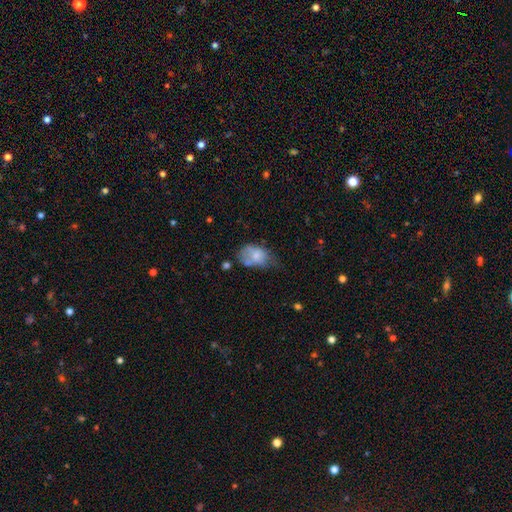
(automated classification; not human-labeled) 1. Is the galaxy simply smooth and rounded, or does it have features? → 66% smooth, 26% featured or disk, 8% star or artifact.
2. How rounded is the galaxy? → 82% in between, 16% round, 1% cigar-shaped.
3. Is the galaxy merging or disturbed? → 38% minor disturbance, 26% none, 24% major disturbance, 11% merger.